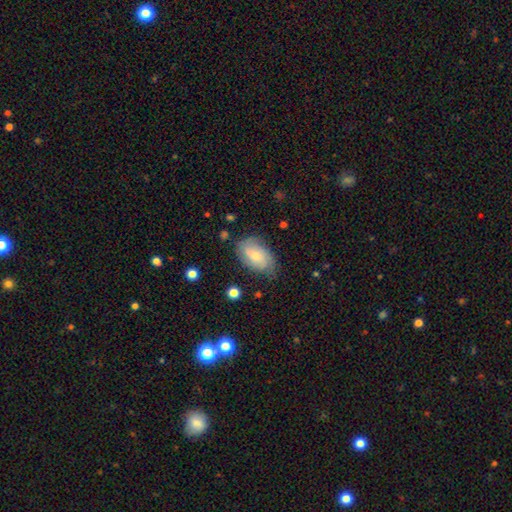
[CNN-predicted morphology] A smooth galaxy with no disk features (67%) that is in between round and cigar-shaped (92%).

Vote fractions:
- Smooth or featured? smooth: 67% / featured or disk: 26% / star or artifact: 7%
- How rounded? in between: 92% / round: 6% / cigar-shaped: 2%
- Merging? none: 65% / minor disturbance: 26% / major disturbance: 7% / merger: 2%